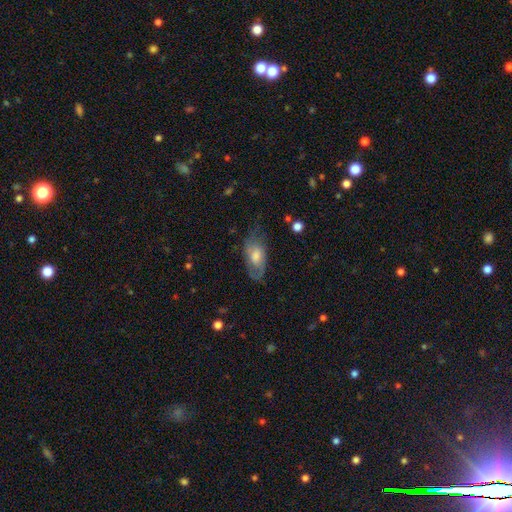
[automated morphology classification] This appears to be a featured or disk galaxy (53%). Merging: none (62%).